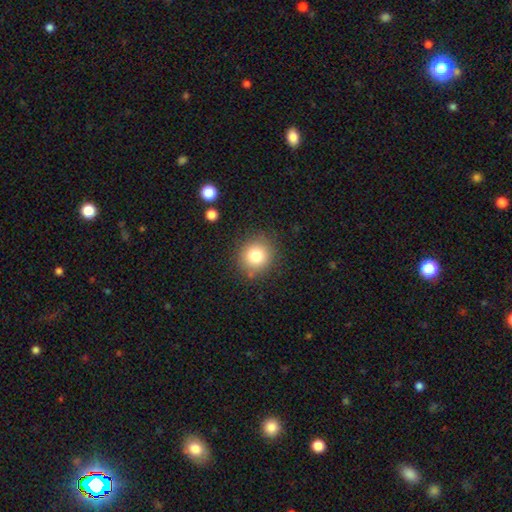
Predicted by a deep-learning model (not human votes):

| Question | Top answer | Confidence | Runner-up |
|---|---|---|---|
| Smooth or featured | smooth | 79% | star or artifact (12%) |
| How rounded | round | 89% | in between (10%) |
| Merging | none | 84% | minor disturbance (10%) |